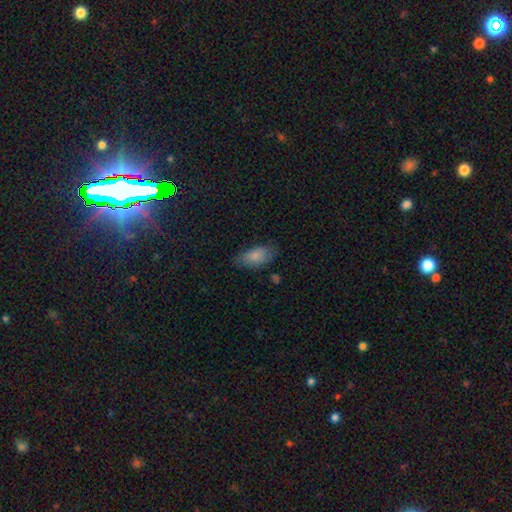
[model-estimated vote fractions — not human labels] smooth 82%, featured or disk 11%, star or artifact 7%. Down the decision tree: how rounded — in between (90%); merging — none (68%).